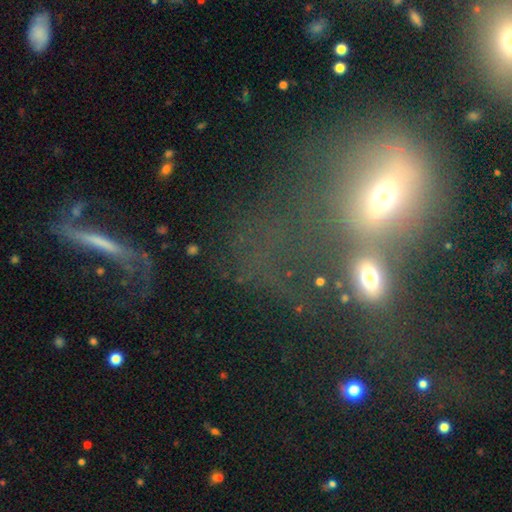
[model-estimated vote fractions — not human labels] Q: Smooth or featured?
A: smooth (46%); runner-up: featured or disk (30%)
Q: Merging?
A: merger (39%); runner-up: none (26%)